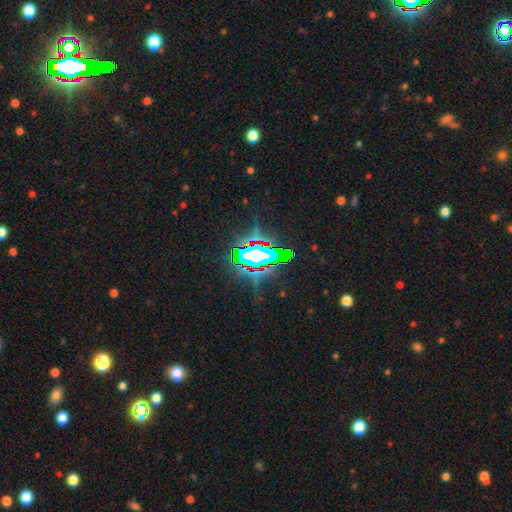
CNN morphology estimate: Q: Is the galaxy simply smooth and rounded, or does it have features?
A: star or artifact — 73%.